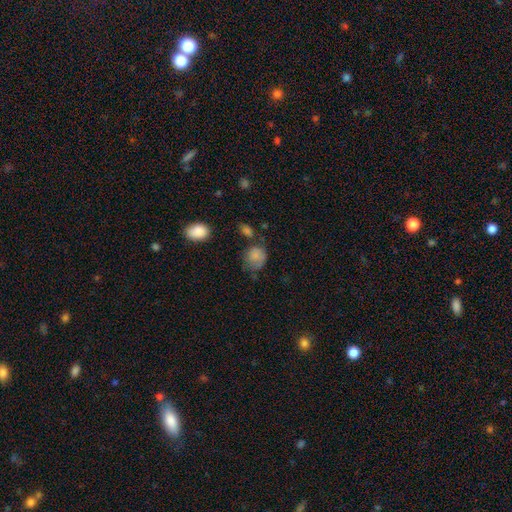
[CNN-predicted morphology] Smooth or featured: smooth — 80% (star or artifact — 10%)
How rounded: round — 66% (in between — 33%)
Merging: none — 44% (minor disturbance — 32%)